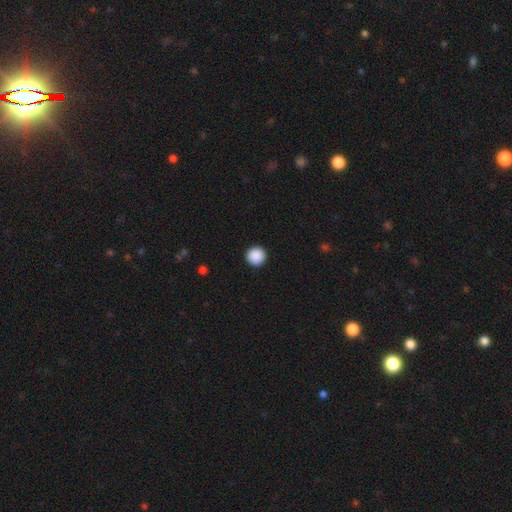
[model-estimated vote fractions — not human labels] A smooth galaxy with no disk features (90%) that is round (96%). Merging: none (94%).